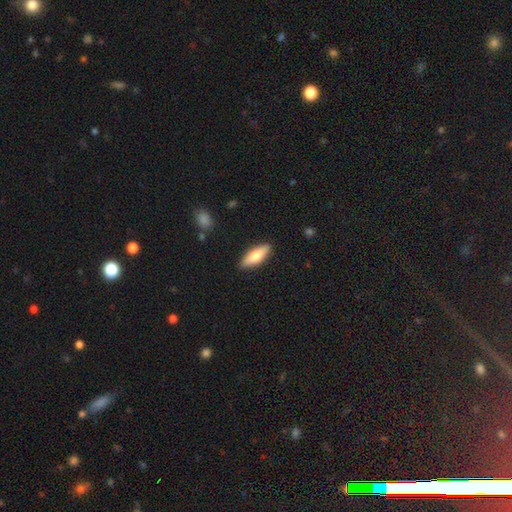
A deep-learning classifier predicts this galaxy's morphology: smooth_or_featured: smooth (p=0.70) [alt: featured or disk p=0.25]
how_rounded: in between (p=0.58) [alt: cigar-shaped p=0.40]
merging: none (p=0.87) [alt: minor disturbance p=0.09]